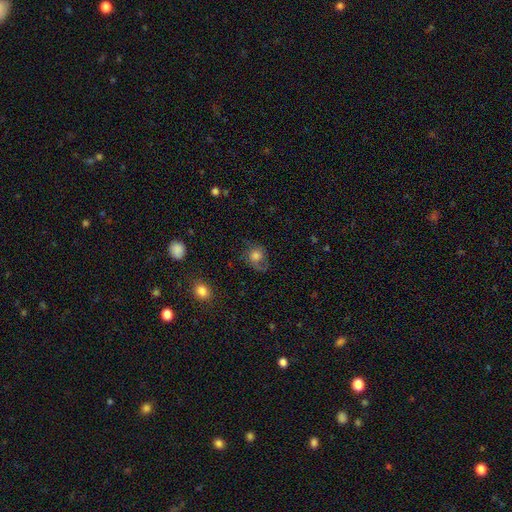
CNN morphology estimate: Smooth or featured? smooth (64%)
How rounded? round (76%)
Merging? none (57%)